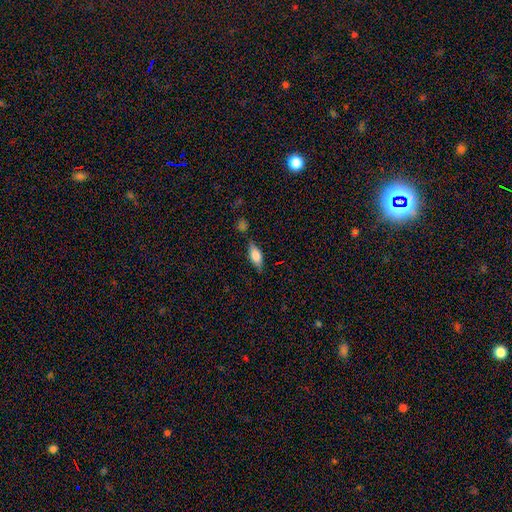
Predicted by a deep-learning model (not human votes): This appears to be a smooth galaxy with no disk features (67%) that is in between round and cigar-shaped (75%). Merging: none (71%).